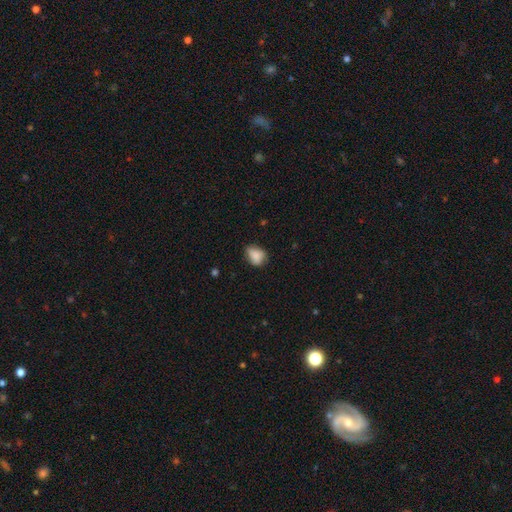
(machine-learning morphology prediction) Overall: smooth (83%). How rounded: in between (67%; round 31%). Merging: none (64%; minor disturbance 29%).